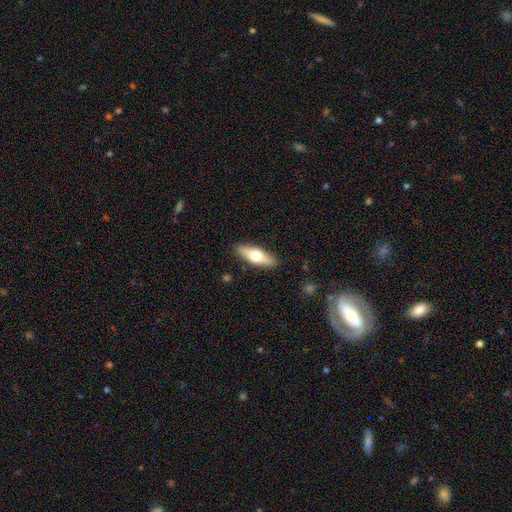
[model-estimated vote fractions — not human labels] Smooth or featured: smooth — 56% (featured or disk — 39%)
How rounded: in between — 55% (cigar-shaped — 42%)
Merging: none — 89% (minor disturbance — 8%)